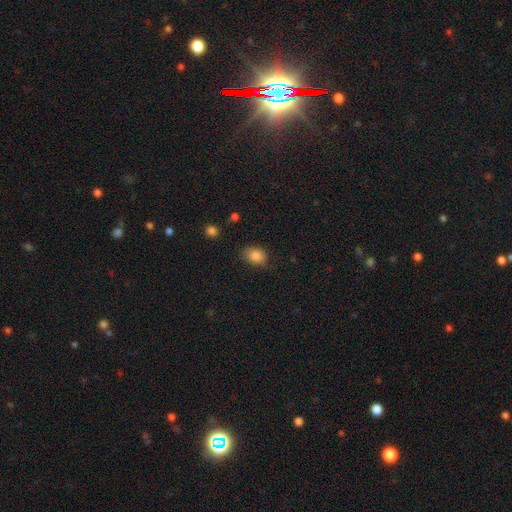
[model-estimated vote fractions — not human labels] Smooth or featured? smooth (86%)
How rounded? in between (64%)
Merging? none (66%)